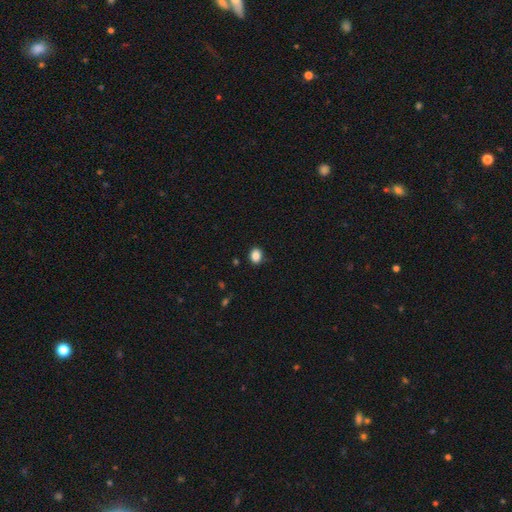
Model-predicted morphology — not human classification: The model was most divided on "how rounded": in between: 61%, round: 38%, cigar-shaped: 1%. More confident: smooth or featured — smooth (87%); merging — none (87%).